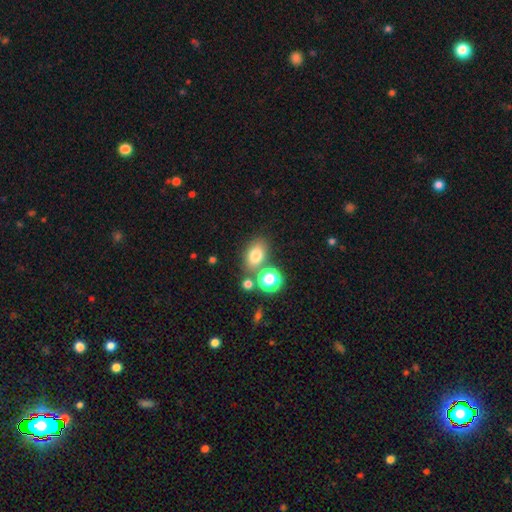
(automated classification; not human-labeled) The model was most divided on "how rounded": in between: 69%, round: 29%, cigar-shaped: 2%. More confident: smooth or featured — smooth (75%); merging — none (67%).